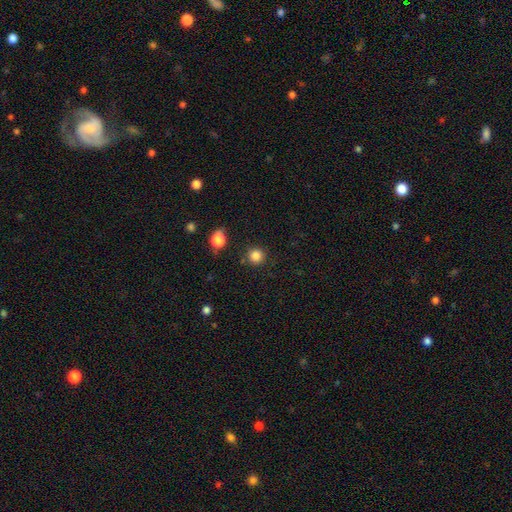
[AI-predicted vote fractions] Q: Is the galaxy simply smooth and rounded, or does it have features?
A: smooth — 84%.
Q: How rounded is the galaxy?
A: round — 94%.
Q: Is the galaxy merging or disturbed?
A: none — 87%.